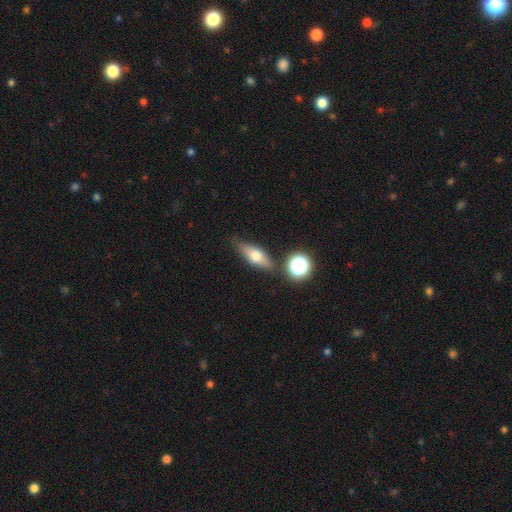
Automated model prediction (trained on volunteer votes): This appears to be a smooth galaxy with no disk features (55%) that is in between round and cigar-shaped (56%). Merging: none (76%).